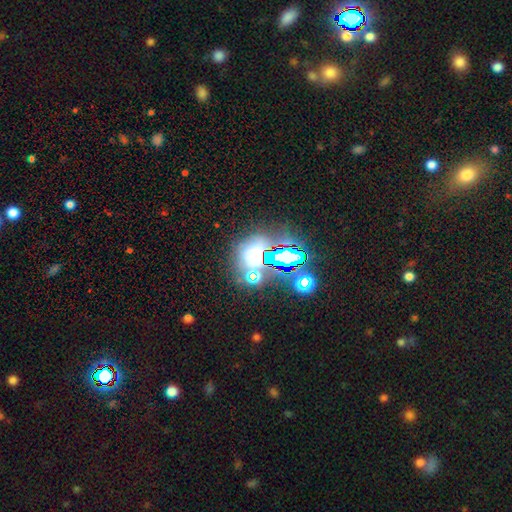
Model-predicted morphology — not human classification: This is possibly a star or artifact rather than a galaxy (48%).